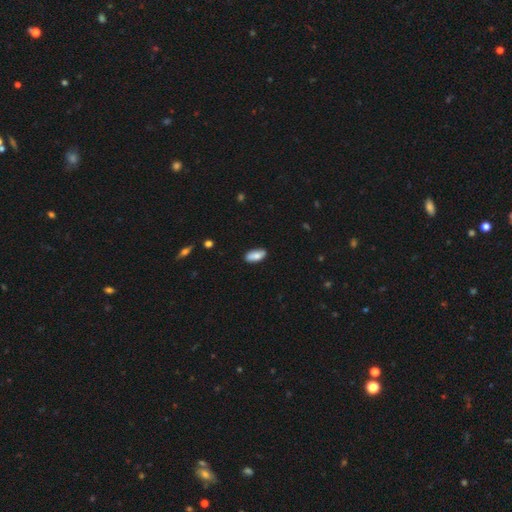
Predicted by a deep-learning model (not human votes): This appears to be a smooth galaxy with no disk features (82%) that is in between round and cigar-shaped (88%). Merging: none (86%).